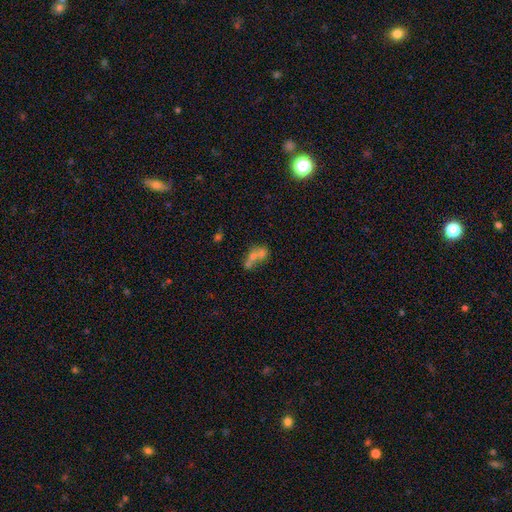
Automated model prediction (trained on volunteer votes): smooth-or-featured: smooth: 53% | featured or disk: 31% | star or artifact: 15%
  how-rounded: in between: 54% | round: 41% | cigar-shaped: 6%
  merging: merger: 64% | none: 22% | major disturbance: 7% | minor disturbance: 7%